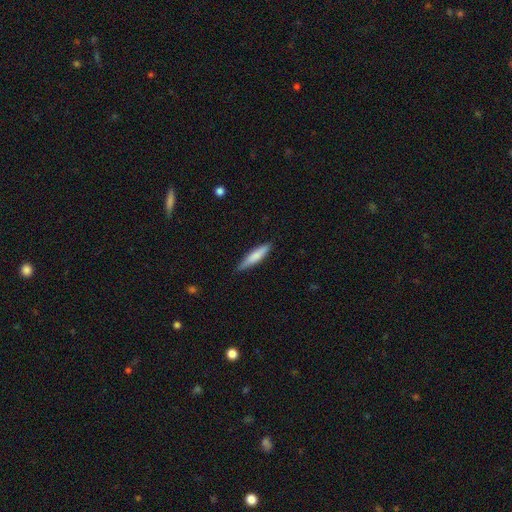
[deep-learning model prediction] Smooth or featured: smooth — 75% (featured or disk — 20%)
How rounded: cigar-shaped — 84% (in between — 15%)
Merging: none — 82% (minor disturbance — 14%)